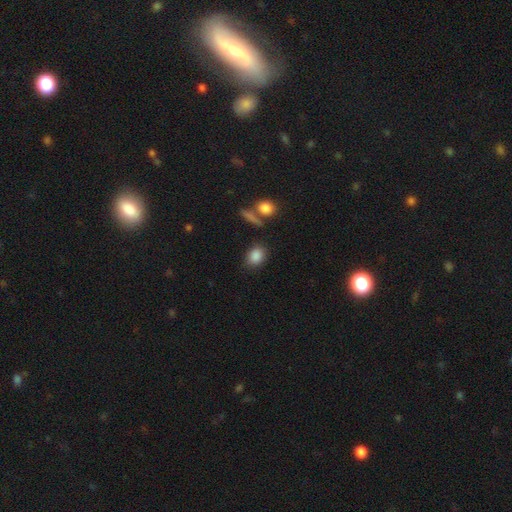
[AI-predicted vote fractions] smooth_or_featured: smooth (p=0.86) [alt: star or artifact p=0.09]
how_rounded: in between (p=0.58) [alt: round p=0.40]
merging: none (p=0.77) [alt: minor disturbance p=0.13]